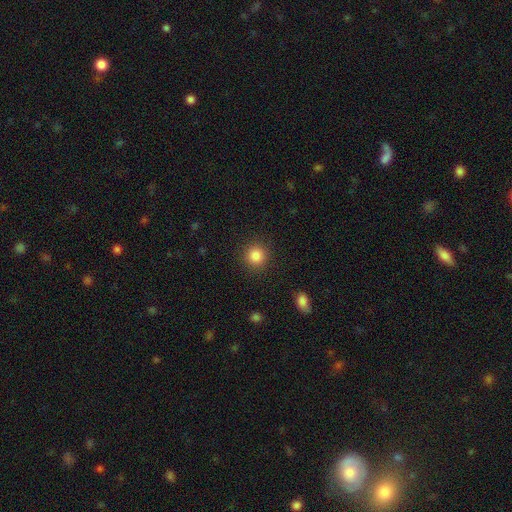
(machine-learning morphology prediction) type=smooth (85%); roundness=round (93%); merging=none (90%).